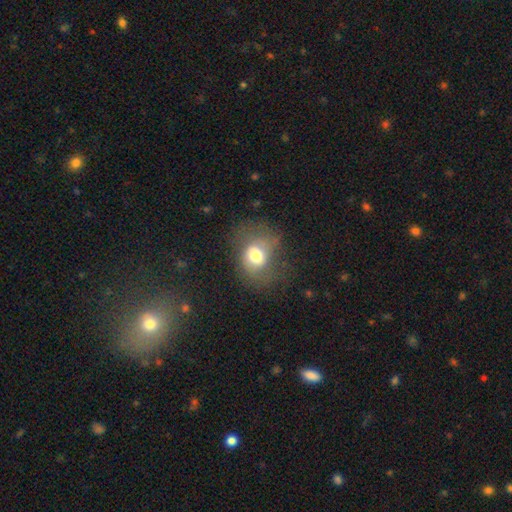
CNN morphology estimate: Smooth or featured? Predicted: smooth (p=0.64). How rounded? Predicted: in between (p=0.55). Merging? Predicted: none (p=0.49).